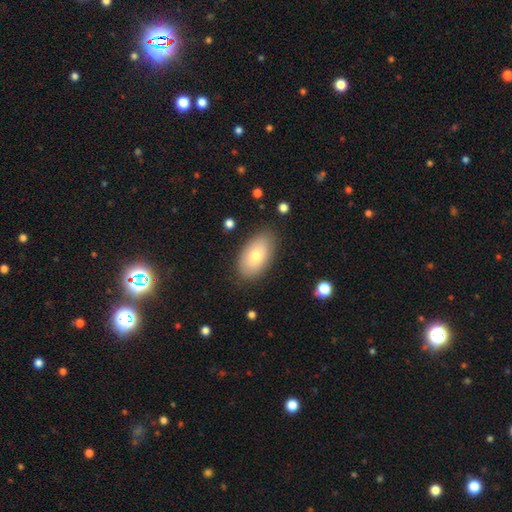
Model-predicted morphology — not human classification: A smooth galaxy with no disk features (72%) that is in between round and cigar-shaped (93%). Merging: none (83%).